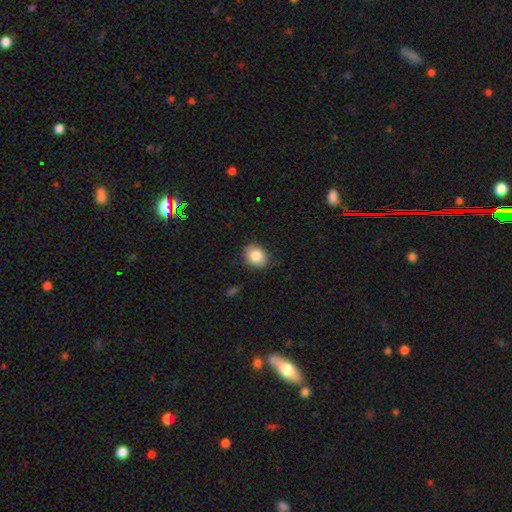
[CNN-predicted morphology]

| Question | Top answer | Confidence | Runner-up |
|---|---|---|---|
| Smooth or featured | smooth | 84% | featured or disk (8%) |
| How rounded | in between | 56% | round (43%) |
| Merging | none | 81% | minor disturbance (15%) |